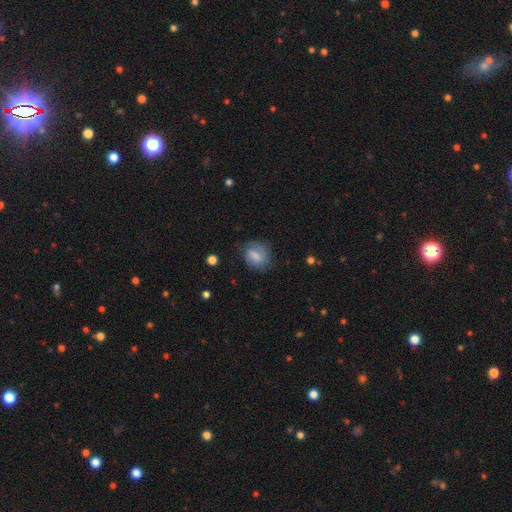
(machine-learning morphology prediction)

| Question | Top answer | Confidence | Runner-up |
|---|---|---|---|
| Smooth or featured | smooth | 57% | featured or disk (35%) |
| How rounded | in between | 50% | round (49%) |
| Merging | none | 63% | minor disturbance (24%) |